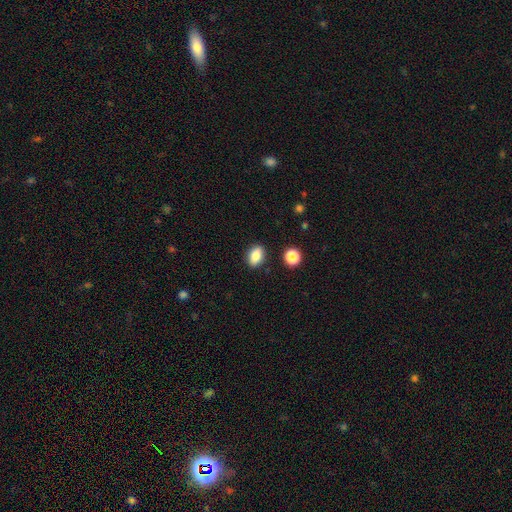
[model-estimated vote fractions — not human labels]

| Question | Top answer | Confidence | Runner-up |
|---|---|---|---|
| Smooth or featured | smooth | 84% | star or artifact (9%) |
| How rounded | in between | 82% | round (16%) |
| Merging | none | 88% | minor disturbance (8%) |